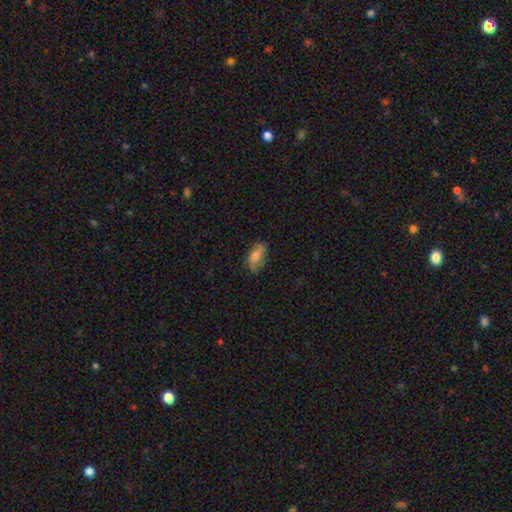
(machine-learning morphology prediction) Smooth or featured? Predicted: smooth (p=0.56). How rounded? Predicted: in between (p=0.87). Merging? Predicted: none (p=0.72).